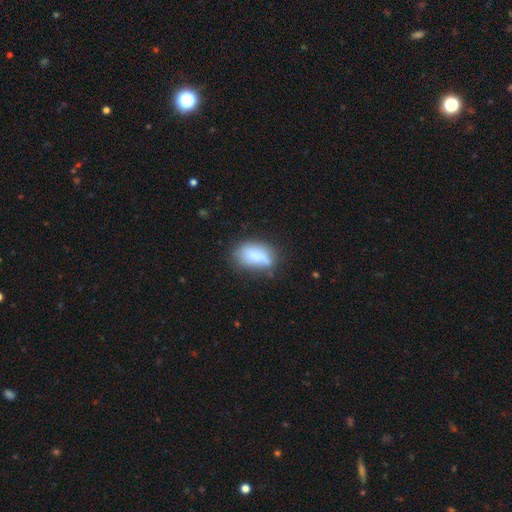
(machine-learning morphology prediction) Smooth or featured: smooth — 76% (featured or disk — 15%)
How rounded: in between — 87% (cigar-shaped — 7%)
Merging: none — 50% (minor disturbance — 30%)